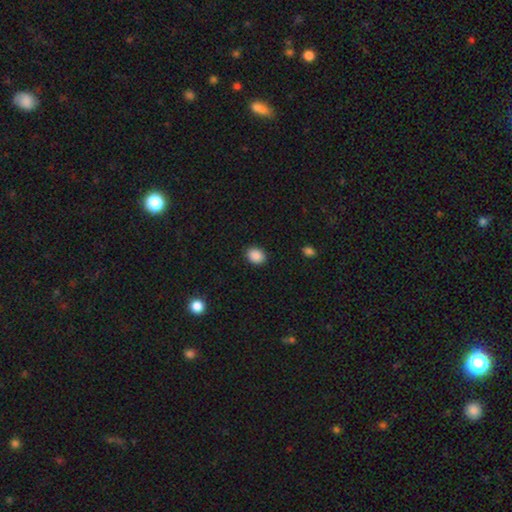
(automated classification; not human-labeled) smooth-or-featured: smooth: 89% | star or artifact: 8% | featured or disk: 3%
  how-rounded: in between: 51% | round: 49% | cigar-shaped: 1%
  merging: none: 90% | minor disturbance: 7% | major disturbance: 2% | merger: 1%